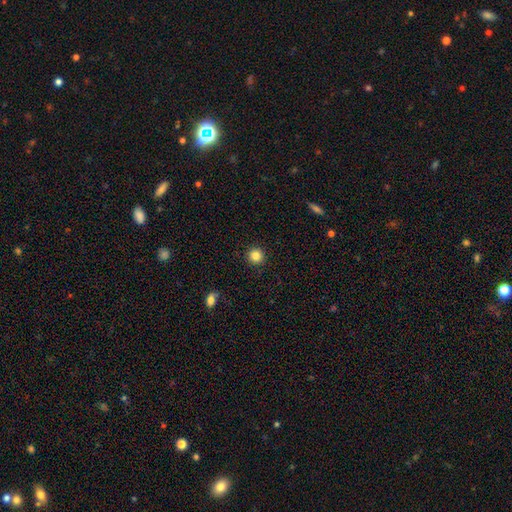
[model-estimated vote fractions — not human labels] Smooth or featured?
  - smooth: 84% *
  - star or artifact: 11%
  - featured or disk: 5%
How rounded?
  - round: 95% *
  - in between: 4%
  - cigar-shaped: 1%
Merging?
  - none: 93% *
  - minor disturbance: 5%
  - major disturbance: 2%
  - merger: 1%